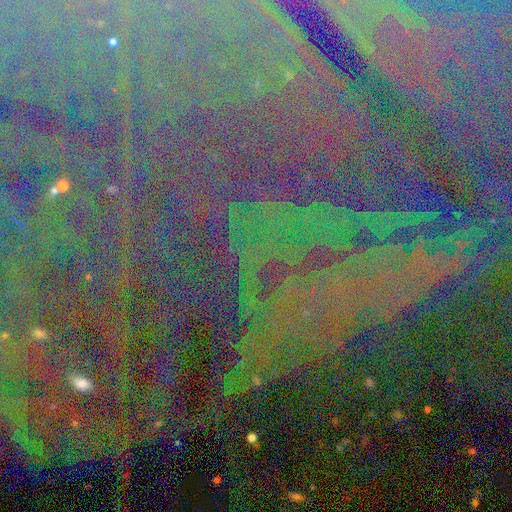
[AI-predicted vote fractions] Morphology: type=star or artifact (87%).